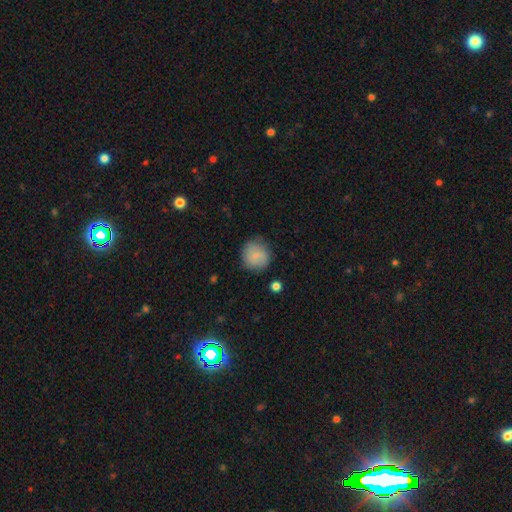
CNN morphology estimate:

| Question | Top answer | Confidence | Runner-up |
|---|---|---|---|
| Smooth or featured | smooth | 76% | featured or disk (16%) |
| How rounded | round | 90% | in between (9%) |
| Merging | none | 76% | minor disturbance (18%) |